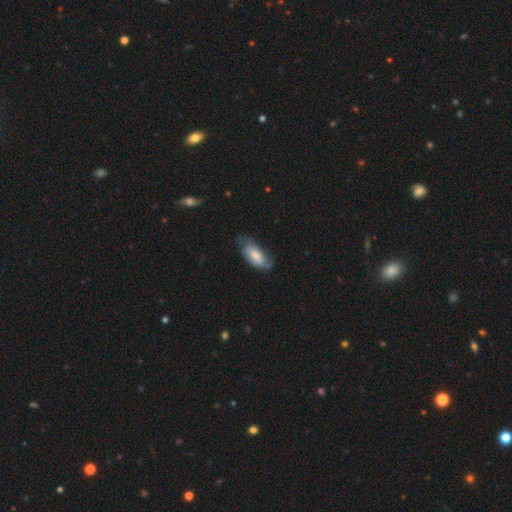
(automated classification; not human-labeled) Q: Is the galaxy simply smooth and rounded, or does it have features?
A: smooth — 72%.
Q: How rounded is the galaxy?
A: in between — 87%.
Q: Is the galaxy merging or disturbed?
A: none — 48%.